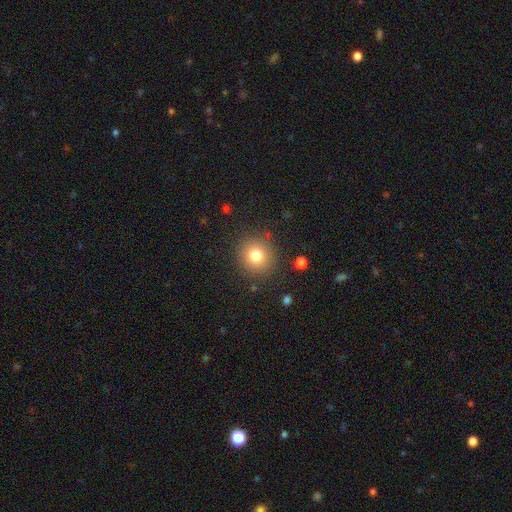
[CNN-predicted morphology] smooth 79%, star or artifact 12%, featured or disk 9%. Down the decision tree: how rounded — round (91%); merging — none (87%).